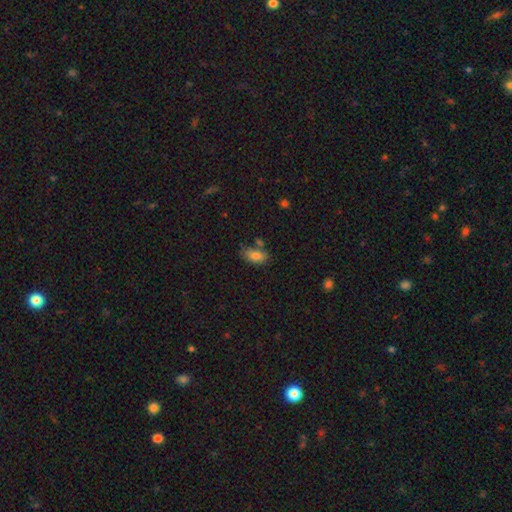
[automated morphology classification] Smooth or featured? Predicted: smooth (p=0.81). How rounded? Predicted: in between (p=0.90). Merging? Predicted: none (p=0.65).